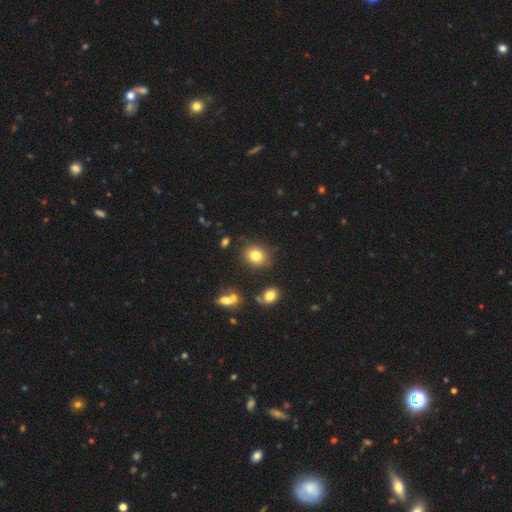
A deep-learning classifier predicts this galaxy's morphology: A smooth galaxy with no disk features (80%) that is round (66%). Merging: none (81%).